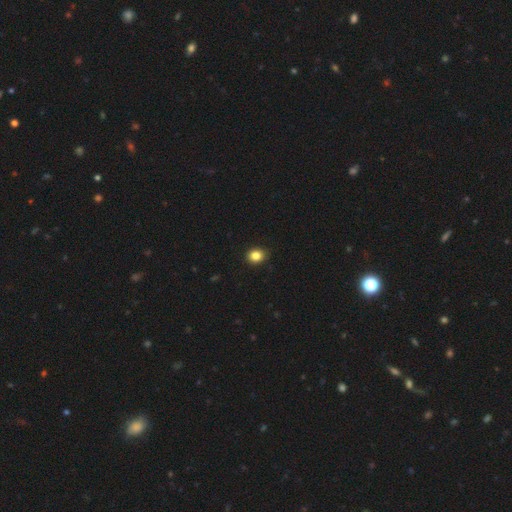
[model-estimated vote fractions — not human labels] Smooth or featured? smooth (85%)
How rounded? round (65%)
Merging? none (90%)